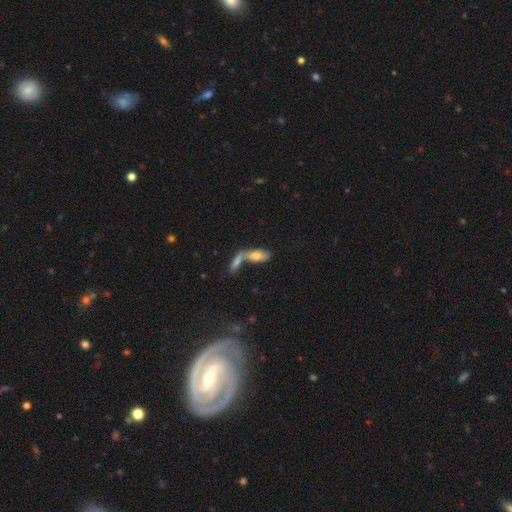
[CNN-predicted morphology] smooth 67%, featured or disk 24%, star or artifact 9%. Down the decision tree: how rounded — in between (76%); merging — merger (60%).